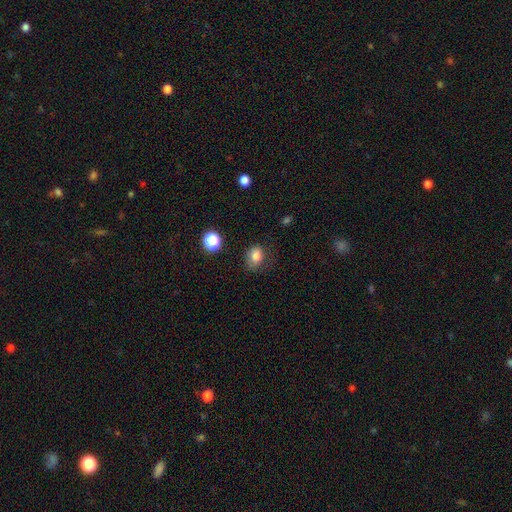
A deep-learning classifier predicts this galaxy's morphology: smooth_or_featured: smooth (p=0.81) [alt: star or artifact p=0.11]
how_rounded: in between (p=0.54) [alt: round p=0.45]
merging: none (p=0.66) [alt: minor disturbance p=0.23]